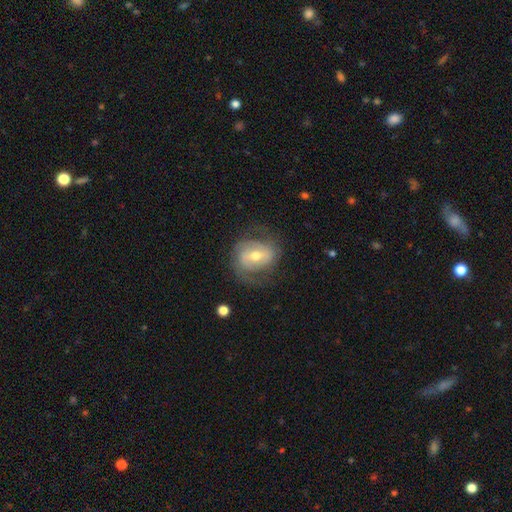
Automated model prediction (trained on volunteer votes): Smooth or featured?
  - featured or disk: 72% *
  - smooth: 22%
  - star or artifact: 7%
Edge-on disk?
  - no: 96% *
  - yes: 4%
Bar?
  - weak: 46% *
  - strong: 27%
  - no: 27%
Spiral arms?
  - yes: 83% *
  - no: 17%
Spiral winding?
  - medium: 42% *
  - tight: 37%
  - loose: 21%
Spiral arm count?
  - 2: 71% *
  - can't tell: 17%
  - 1: 6%
  - 3: 4%
  - 4: 1%
  - more than 4: 1%
Bulge size?
  - moderate: 65% *
  - small: 28%
  - large: 5%
  - none: 1%
  - dominant: 1%
Merging?
  - none: 65% *
  - minor disturbance: 19%
  - major disturbance: 14%
  - merger: 1%